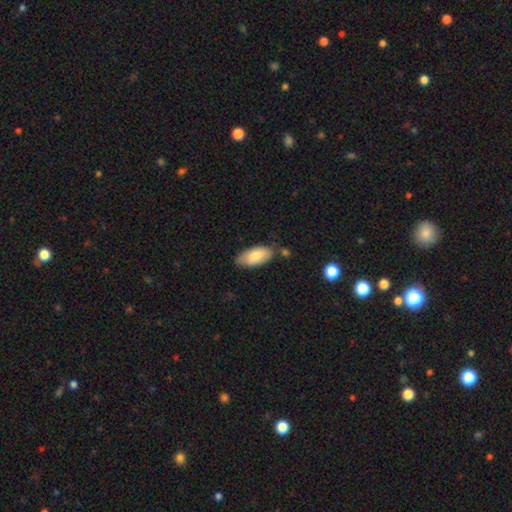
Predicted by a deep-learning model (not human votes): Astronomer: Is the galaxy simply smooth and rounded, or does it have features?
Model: smooth — 77%.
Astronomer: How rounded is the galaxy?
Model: in between — 91%.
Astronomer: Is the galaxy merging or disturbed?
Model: none — 68%.